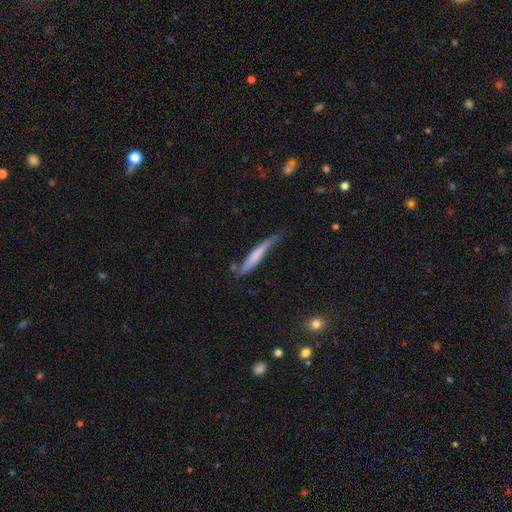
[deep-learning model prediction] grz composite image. It shows a smooth galaxy with no disk features (59%) that is cigar-shaped (93%). Merging: none (50%).